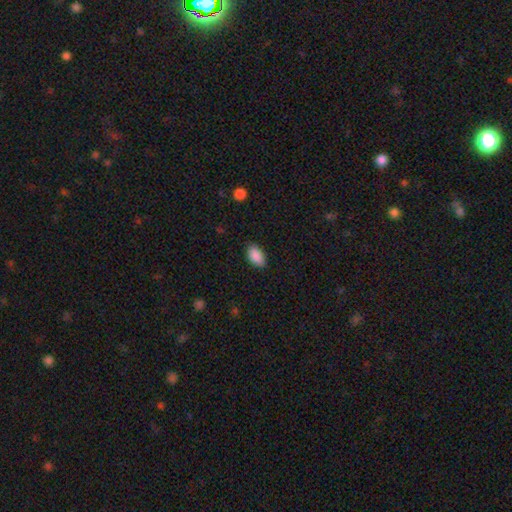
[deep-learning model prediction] A smooth galaxy with no disk features (90%) that is in between round and cigar-shaped (94%).

Vote fractions:
- Smooth or featured? smooth: 90% / star or artifact: 7% / featured or disk: 3%
- How rounded? in between: 94% / round: 5% / cigar-shaped: 2%
- Merging? none: 85% / minor disturbance: 11% / major disturbance: 2% / merger: 1%